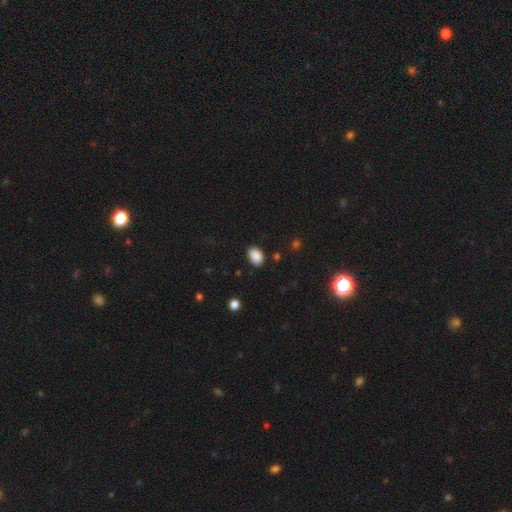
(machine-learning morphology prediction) Smooth or featured: smooth — 89% (star or artifact — 8%)
How rounded: in between — 80% (round — 19%)
Merging: none — 85% (minor disturbance — 11%)